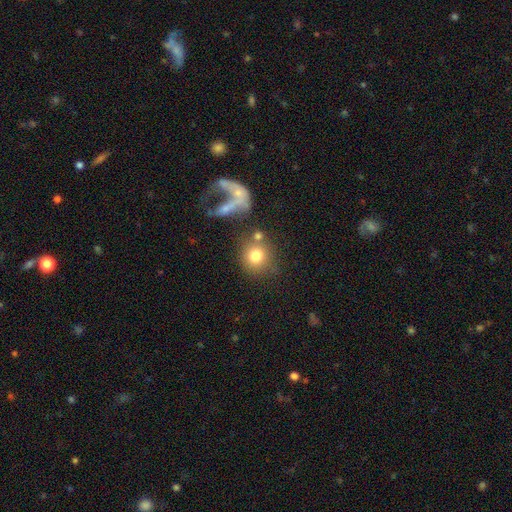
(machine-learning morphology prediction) This is likely a smooth galaxy (77%). How rounded: clearly round (87%). Merging: possibly none (60%).